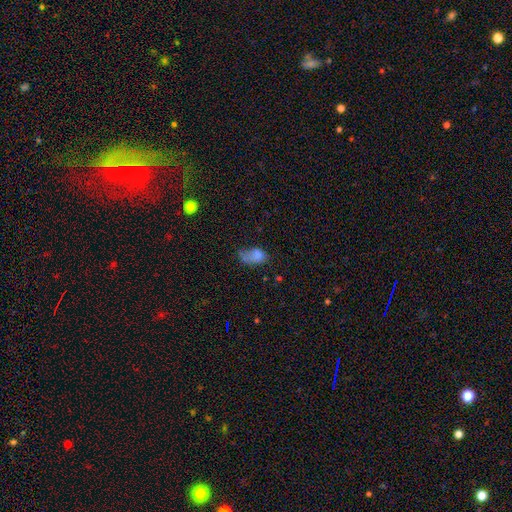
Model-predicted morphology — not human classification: This appears to be a smooth galaxy with no disk features (74%) that is in between round and cigar-shaped (83%). Merging: minor disturbance (30%, tied with major disturbance).